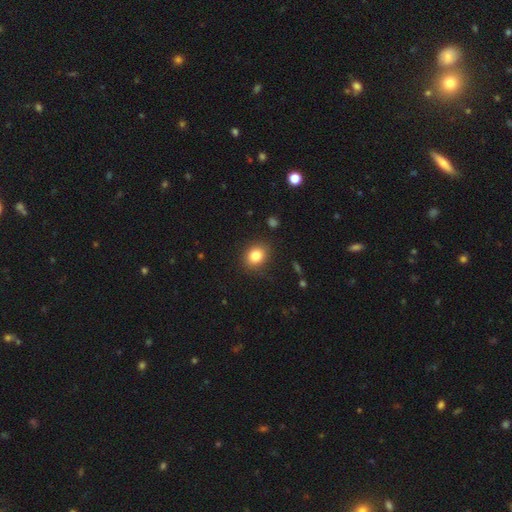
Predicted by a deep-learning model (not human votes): A smooth galaxy with no disk features (83%) that is round (60%). Merging: none (86%).